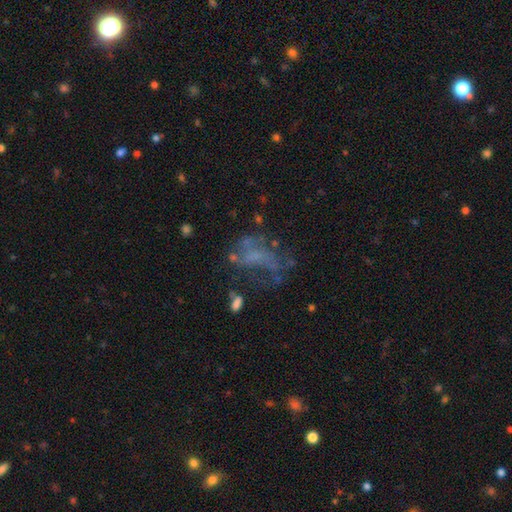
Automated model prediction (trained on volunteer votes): Morphology: type=featured or disk (54%); edge-on=no (97%); bar=no (79%); spiral arms=no (70%); bulge=none (73%); merging=major disturbance (39%).